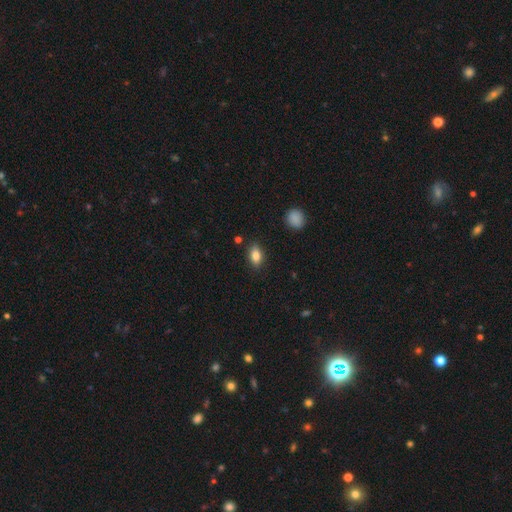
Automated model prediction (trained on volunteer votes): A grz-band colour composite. It shows a smooth galaxy with no disk features (82%) that is in between round and cigar-shaped (86%). Merging: none (85%).